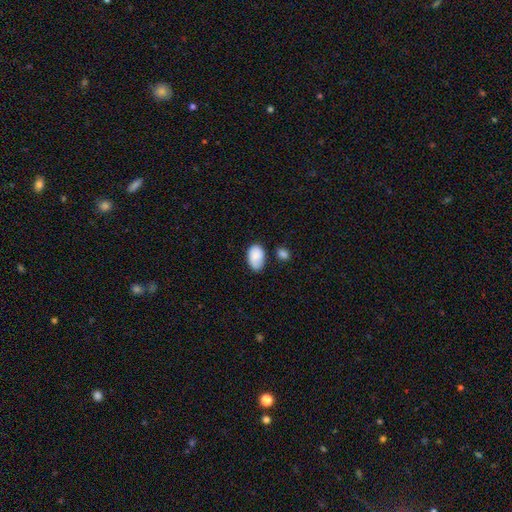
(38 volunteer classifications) Smooth or featured? smooth (87%)
How rounded? in between (97%)
Merging? none (60%)